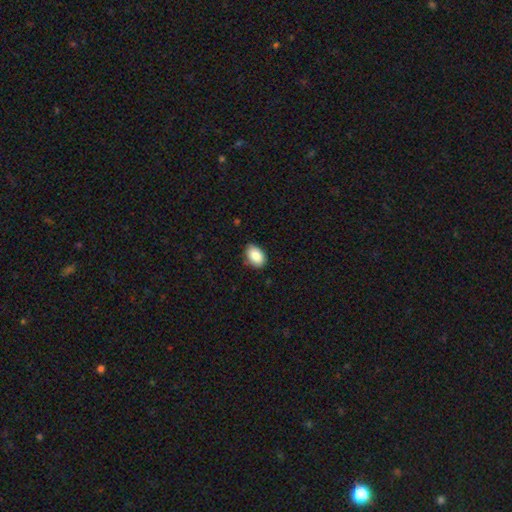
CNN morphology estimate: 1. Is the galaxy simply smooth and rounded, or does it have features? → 88% smooth, 7% star or artifact, 5% featured or disk.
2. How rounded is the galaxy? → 89% in between, 10% round, 1% cigar-shaped.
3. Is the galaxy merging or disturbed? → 82% none, 14% minor disturbance, 2% major disturbance, 1% merger.